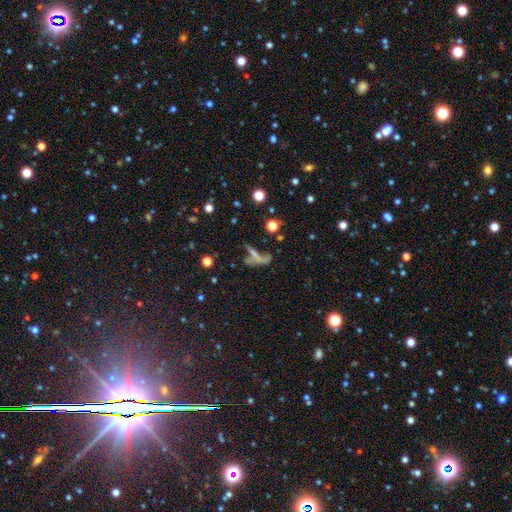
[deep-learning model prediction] smooth-or-featured: smooth: 41% | featured or disk: 33% | star or artifact: 27%
  merging: none: 33% | major disturbance: 28% | merger: 23% | minor disturbance: 16%